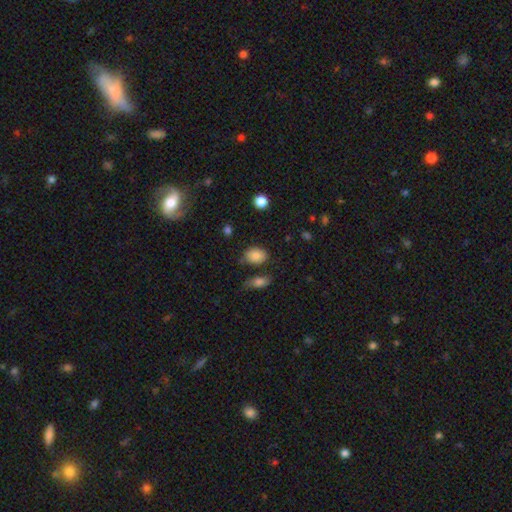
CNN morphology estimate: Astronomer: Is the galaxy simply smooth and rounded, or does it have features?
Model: smooth — 83%.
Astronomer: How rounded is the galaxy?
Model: in between — 75%.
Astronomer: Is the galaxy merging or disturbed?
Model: none — 71%.